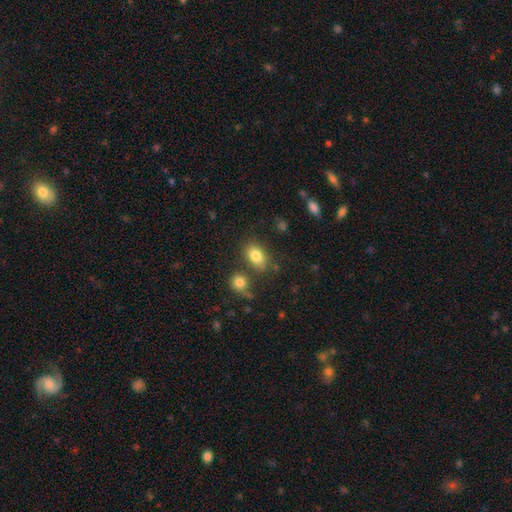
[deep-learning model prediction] This is clearly a smooth galaxy (82%). How rounded: clearly in between (82%). Merging: likely none (72%).